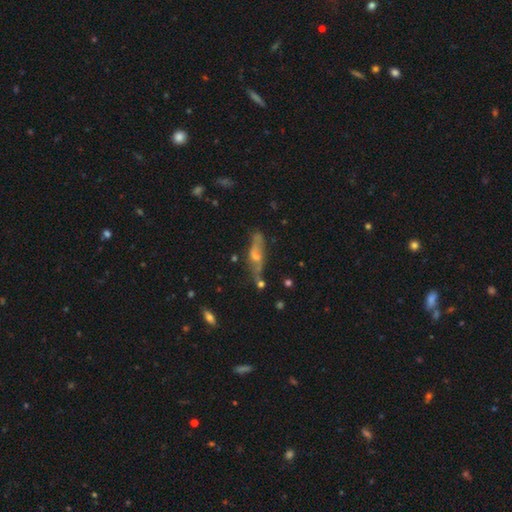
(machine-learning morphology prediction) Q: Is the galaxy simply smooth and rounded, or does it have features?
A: featured or disk — 58%.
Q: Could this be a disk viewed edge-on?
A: yes — 64%.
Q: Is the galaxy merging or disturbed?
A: none — 59%.